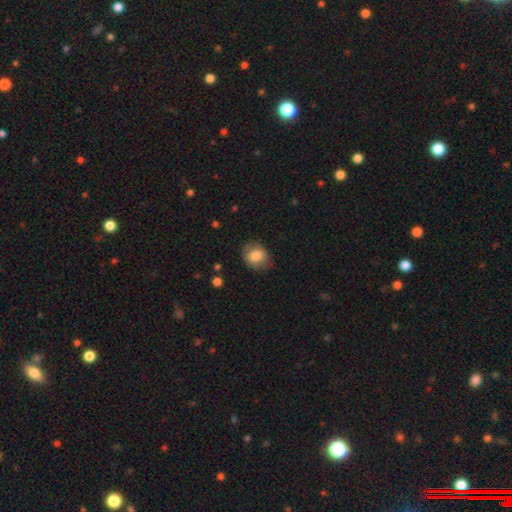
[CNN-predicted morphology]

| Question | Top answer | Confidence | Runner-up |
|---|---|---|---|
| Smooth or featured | smooth | 80% | featured or disk (12%) |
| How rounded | round | 55% | in between (44%) |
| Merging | none | 76% | minor disturbance (18%) |